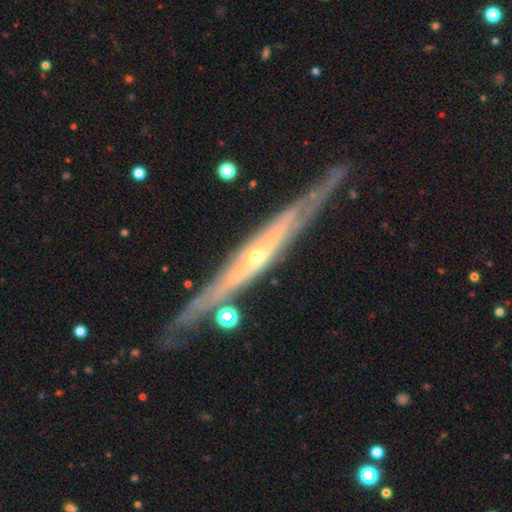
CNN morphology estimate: type=featured or disk (85%); edge-on=yes (85%); edge-on bulge=rounded (62%); merging=none (79%).